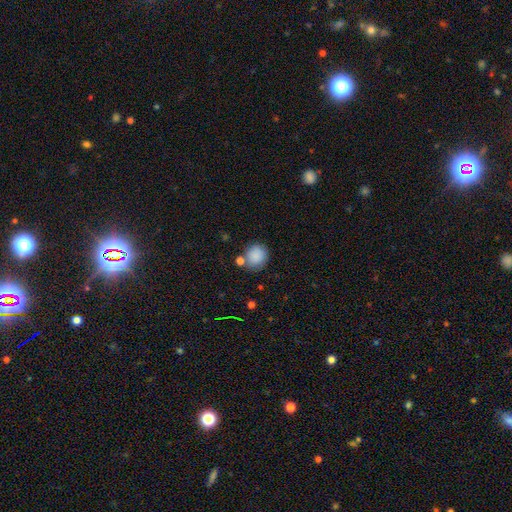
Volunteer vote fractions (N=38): Smooth or featured? 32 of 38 (84%) said smooth. How rounded? 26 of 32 (81%) said round. Merging? 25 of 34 (74%) said none.